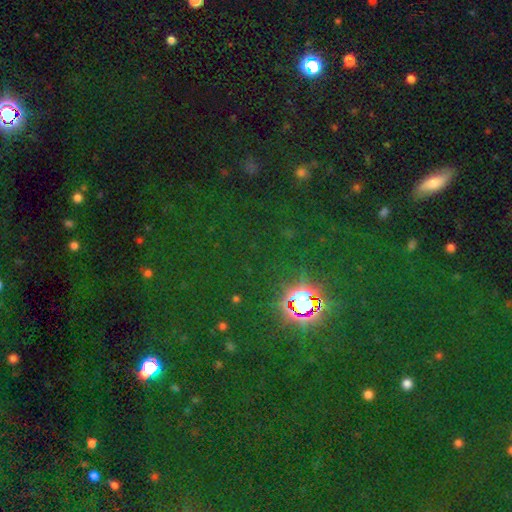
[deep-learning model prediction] Smooth or featured?
  - star or artifact: 74% *
  - smooth: 18%
  - featured or disk: 8%